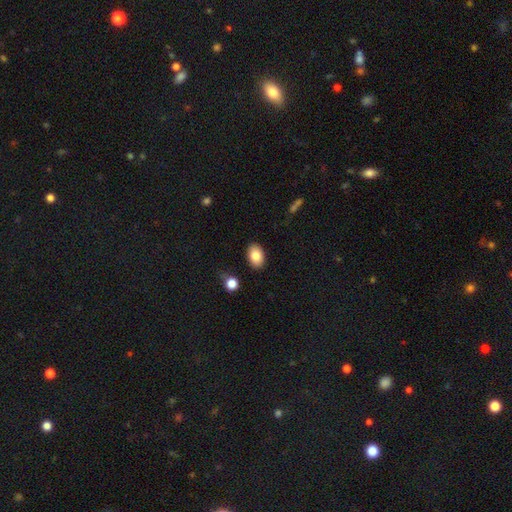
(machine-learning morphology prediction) Smooth or featured?
  - smooth: 83% *
  - featured or disk: 9%
  - star or artifact: 8%
How rounded?
  - in between: 87% *
  - round: 12%
  - cigar-shaped: 1%
Merging?
  - none: 87% *
  - minor disturbance: 9%
  - major disturbance: 2%
  - merger: 2%